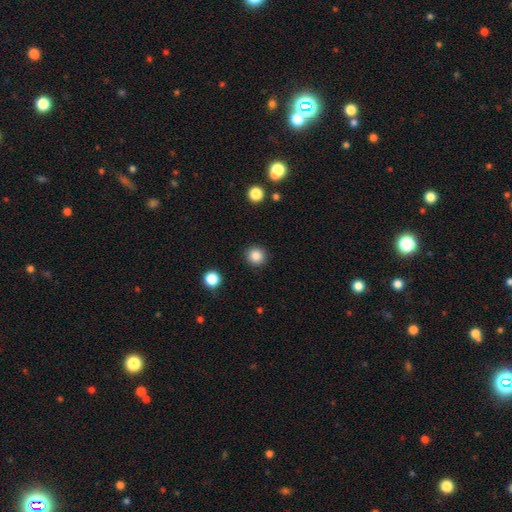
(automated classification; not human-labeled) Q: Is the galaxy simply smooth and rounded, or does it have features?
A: smooth — 85%.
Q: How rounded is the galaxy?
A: round — 94%.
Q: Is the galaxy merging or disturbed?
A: none — 92%.